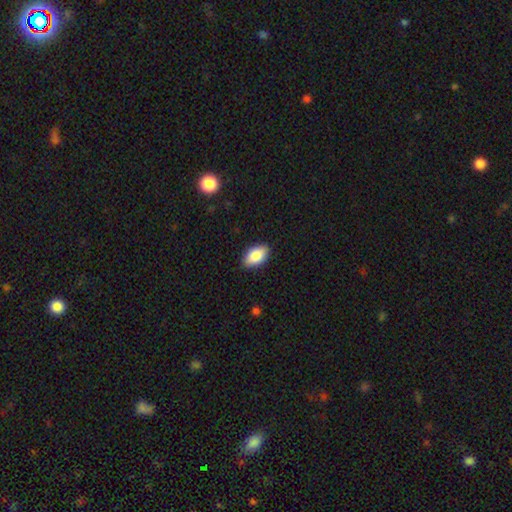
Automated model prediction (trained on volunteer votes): This is clearly a smooth galaxy (87%). How rounded: clearly in between (93%). Merging: clearly none (87%).